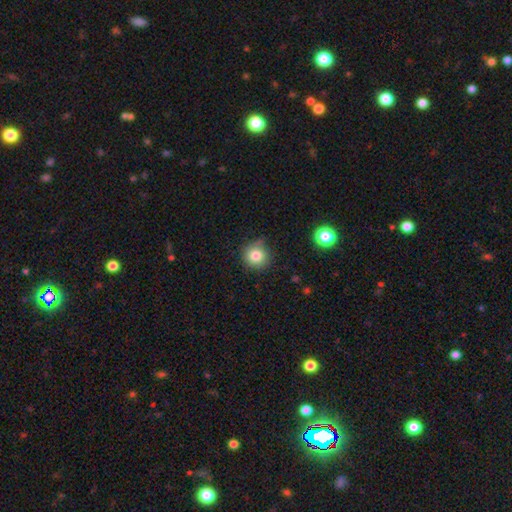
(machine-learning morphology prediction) Overall: smooth (80%). How rounded: round (92%). Merging: none (77%).